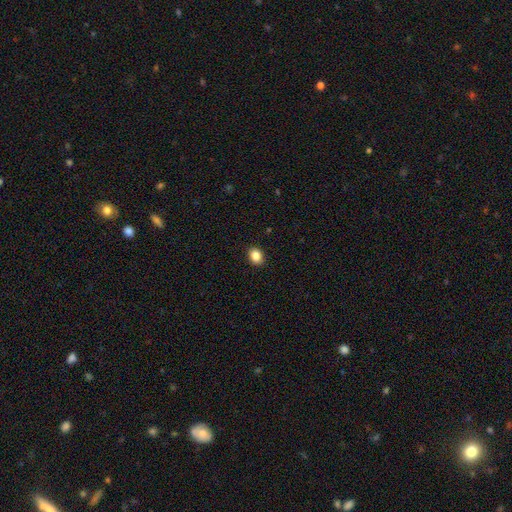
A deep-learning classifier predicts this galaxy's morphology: type=smooth (86%); roundness=in between (53%); merging=none (91%).